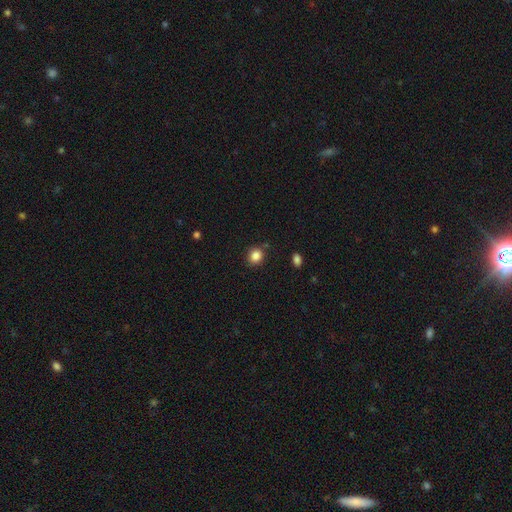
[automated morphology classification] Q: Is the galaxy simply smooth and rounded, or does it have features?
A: smooth — 86%.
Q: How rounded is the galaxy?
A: round — 75%.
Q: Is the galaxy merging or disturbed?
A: none — 83%.